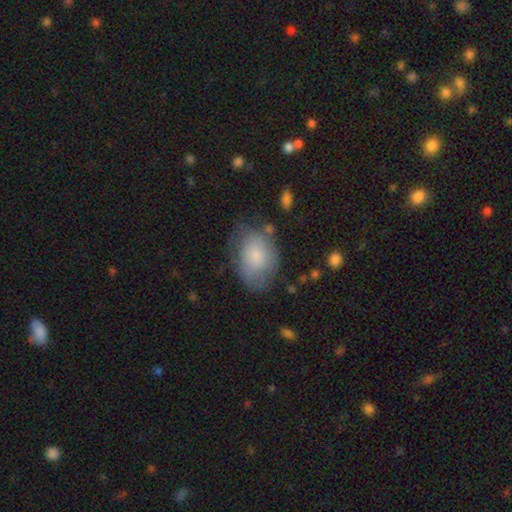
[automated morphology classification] Overall: smooth (71%). How rounded: in between (77%). Merging: none (58%; minor disturbance 27%).